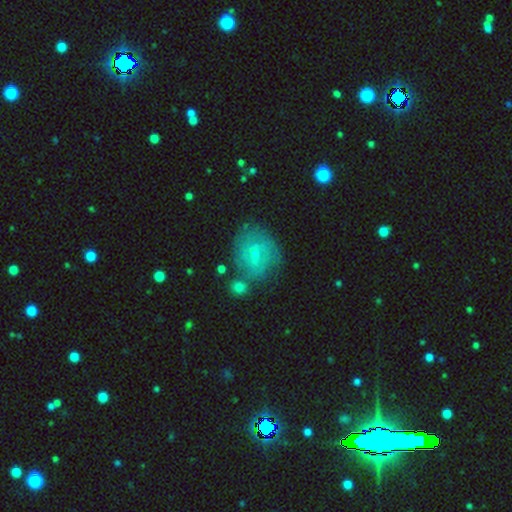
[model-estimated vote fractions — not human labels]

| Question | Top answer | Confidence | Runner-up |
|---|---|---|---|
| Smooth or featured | featured or disk | 48% | smooth (41%) |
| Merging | none | 65% | minor disturbance (20%) |